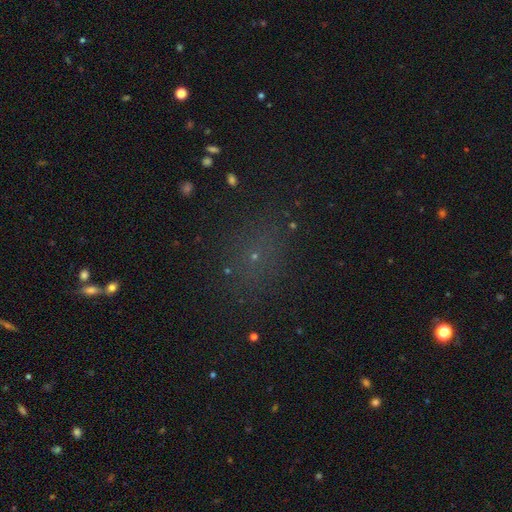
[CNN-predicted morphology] A smooth galaxy with no disk features (46%). Merging: none (82%).